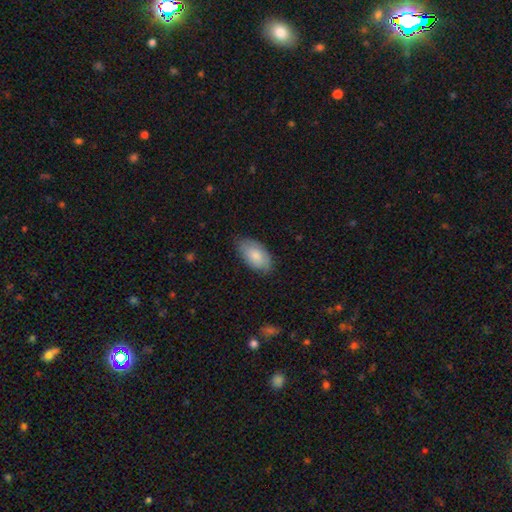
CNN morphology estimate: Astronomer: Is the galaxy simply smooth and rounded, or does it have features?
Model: smooth — 79%.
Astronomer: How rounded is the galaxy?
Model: in between — 94%.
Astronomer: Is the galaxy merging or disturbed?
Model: none — 76%.